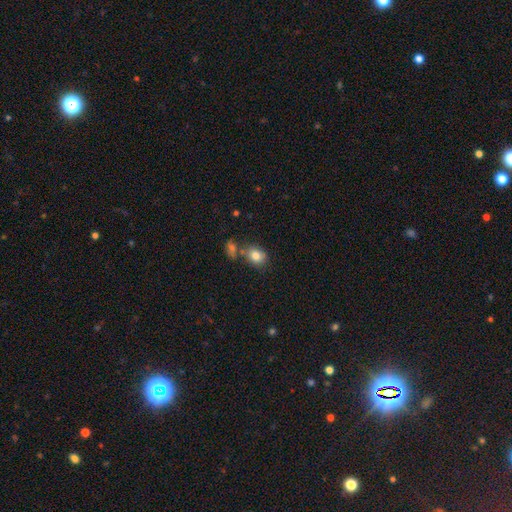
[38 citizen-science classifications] smooth 76%, featured or disk 16%, star or artifact 8%. Down the decision tree: how rounded — round (48%); merging — none (49%).